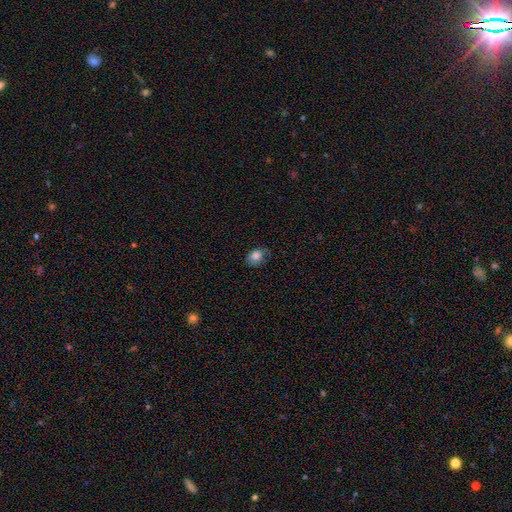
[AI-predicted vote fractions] The model was most divided on "how rounded": in between: 57%, round: 42%, cigar-shaped: 1%. More confident: smooth or featured — smooth (81%); merging — none (67%).